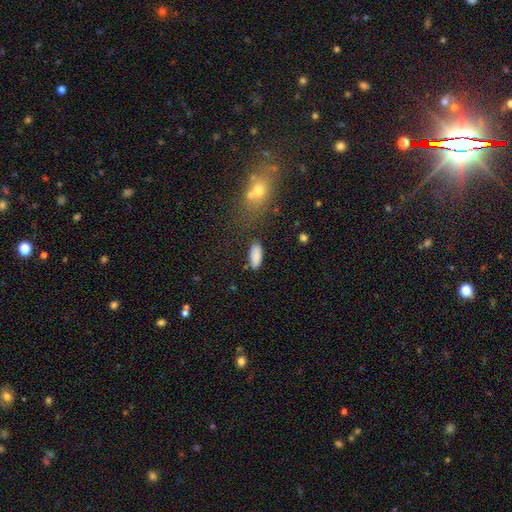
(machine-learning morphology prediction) Smooth or featured? smooth (87%)
How rounded? in between (84%)
Merging? none (80%)